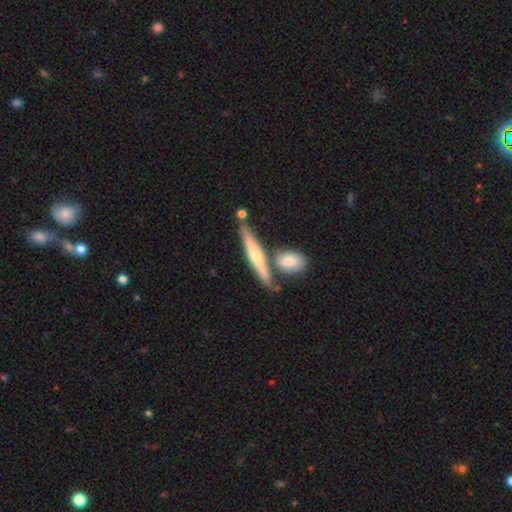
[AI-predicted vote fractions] smooth_or_featured: featured or disk (p=0.64) [alt: smooth p=0.28]
disk_edge_on: yes (p=0.93) [alt: no p=0.07]
edge_on_bulge: rounded (p=0.76) [alt: none p=0.16]
merging: none (p=0.68) [alt: merger p=0.19]